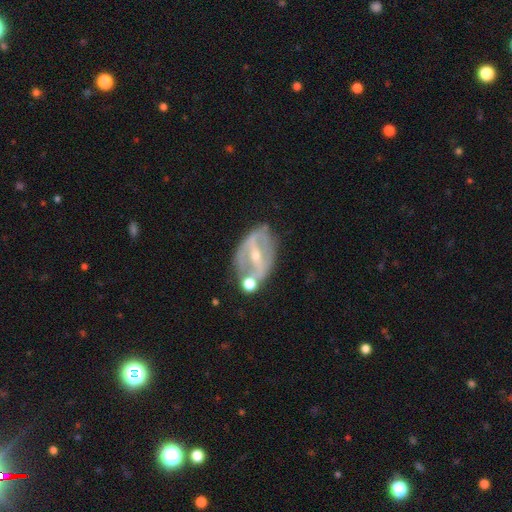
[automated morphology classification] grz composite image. It shows a featured or disk galaxy (80%) with a strong bar (67%), spiral arms (55%) and a small central bulge (61%). Merging: none (56%).